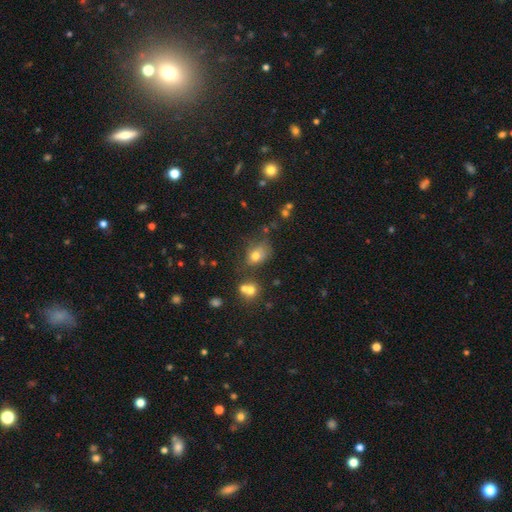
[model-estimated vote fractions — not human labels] Smooth or featured: smooth — 73% (star or artifact — 14%)
How rounded: in between — 71% (round — 27%)
Merging: none — 47% (minor disturbance — 25%)